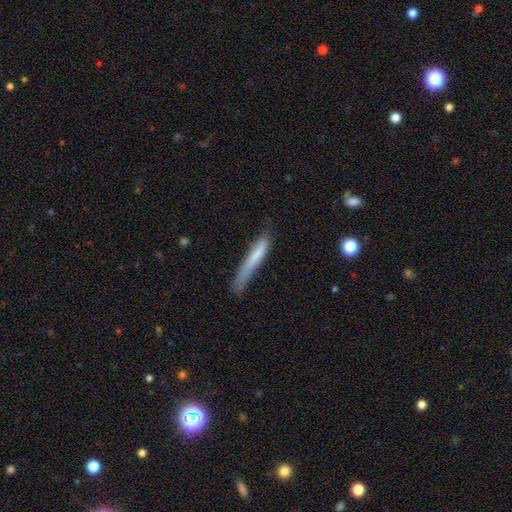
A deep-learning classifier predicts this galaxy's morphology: The model was most divided on "merging": none: 52%, minor disturbance: 31%, major disturbance: 13%, merger: 3%. More confident: how rounded — cigar-shaped (93%); smooth or featured — smooth (72%).